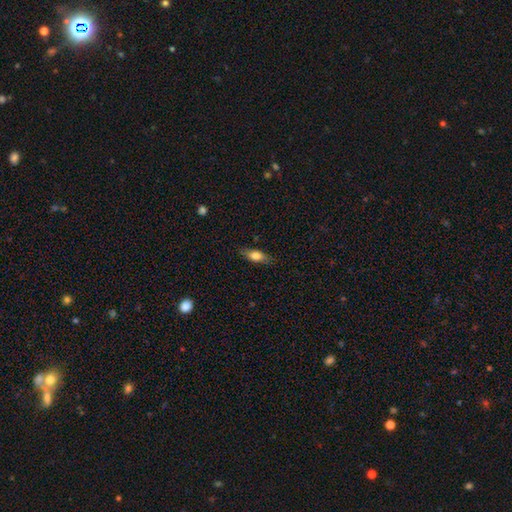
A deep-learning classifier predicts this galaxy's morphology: Overall: smooth (70%). How rounded: in between (69%). Merging: none (80%).